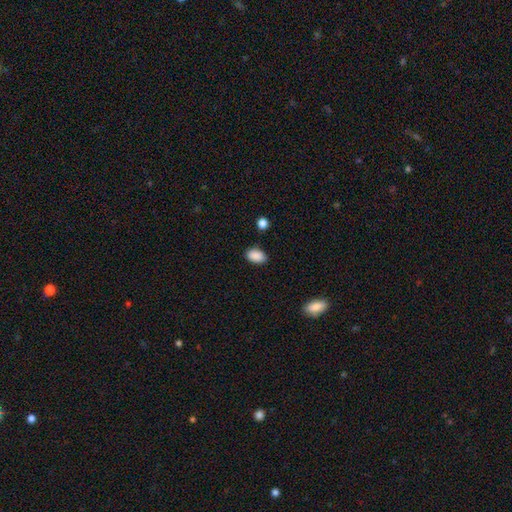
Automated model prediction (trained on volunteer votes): Smooth or featured? Predicted: smooth (p=0.89). How rounded? Predicted: in between (p=0.88). Merging? Predicted: none (p=0.83).